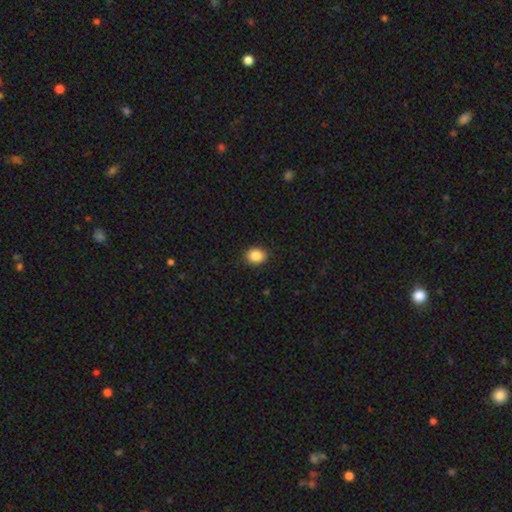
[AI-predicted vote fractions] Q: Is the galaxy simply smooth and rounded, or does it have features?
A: smooth — 87%.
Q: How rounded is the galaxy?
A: round — 56%.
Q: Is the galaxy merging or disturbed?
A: none — 90%.